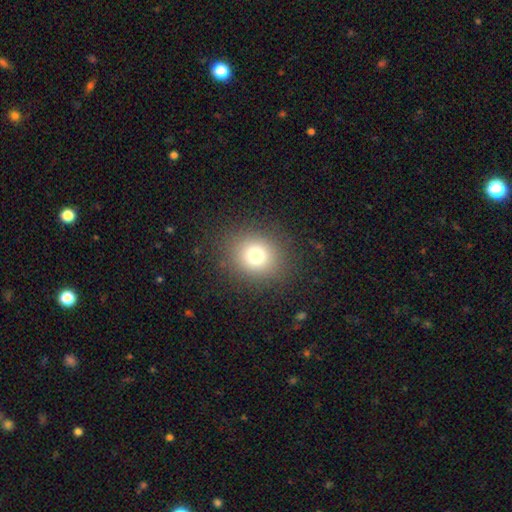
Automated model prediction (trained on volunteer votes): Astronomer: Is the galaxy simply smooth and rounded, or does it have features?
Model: smooth — 74%.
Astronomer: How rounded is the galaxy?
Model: round — 79%.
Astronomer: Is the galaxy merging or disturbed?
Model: none — 88%.